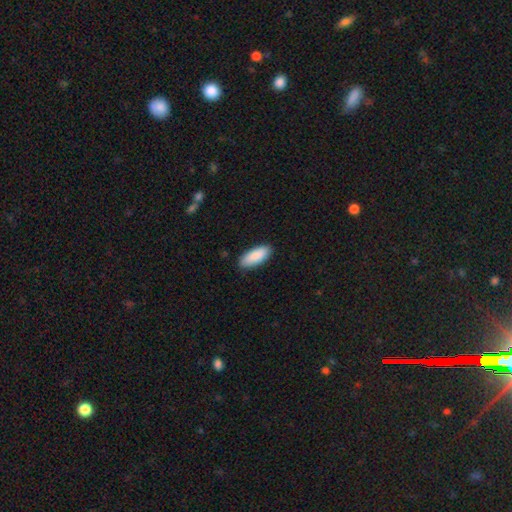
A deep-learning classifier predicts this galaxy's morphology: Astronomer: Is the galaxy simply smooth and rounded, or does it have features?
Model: smooth — 90%.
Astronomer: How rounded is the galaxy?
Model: in between — 82%.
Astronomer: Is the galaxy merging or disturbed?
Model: none — 88%.